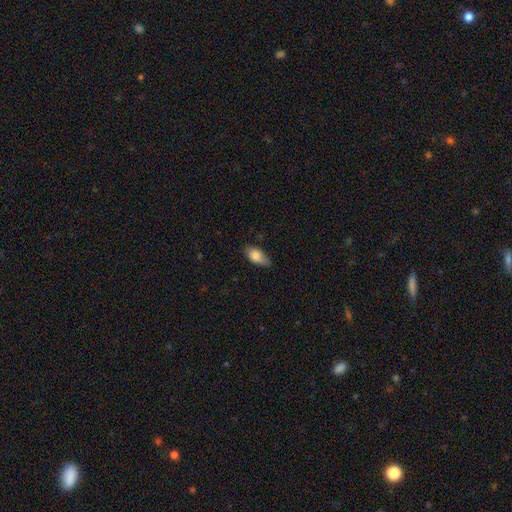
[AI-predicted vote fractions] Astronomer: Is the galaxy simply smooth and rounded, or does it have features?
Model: smooth — 82%.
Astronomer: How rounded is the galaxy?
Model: in between — 88%.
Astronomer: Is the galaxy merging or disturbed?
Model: none — 65%.